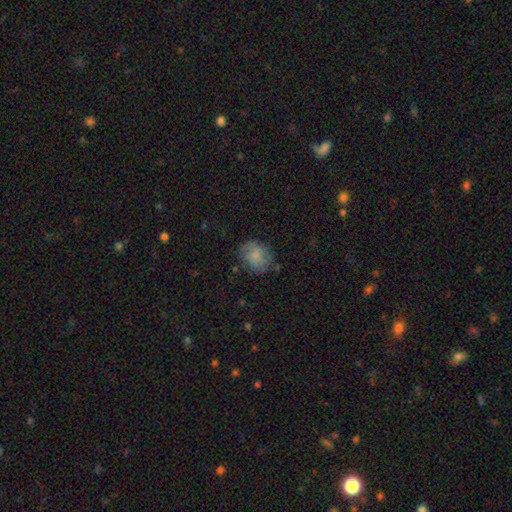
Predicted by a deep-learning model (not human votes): Smooth or featured? smooth (70%)
How rounded? round (61%)
Merging? none (68%)